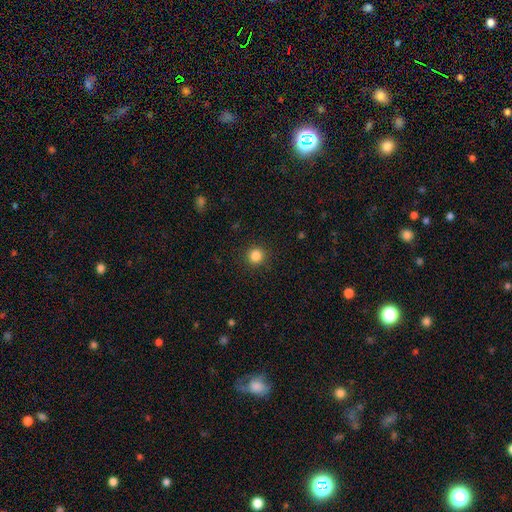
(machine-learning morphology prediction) Smooth or featured?
  - smooth: 85% *
  - star or artifact: 12%
  - featured or disk: 3%
How rounded?
  - round: 93% *
  - in between: 6%
  - cigar-shaped: 1%
Merging?
  - none: 91% *
  - minor disturbance: 5%
  - major disturbance: 2%
  - merger: 1%